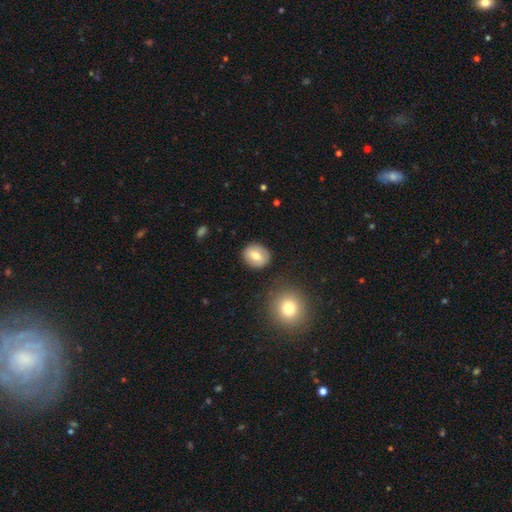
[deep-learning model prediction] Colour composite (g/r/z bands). It shows a smooth galaxy with no disk features (71%) that is round (74%). Merging: none (85%).